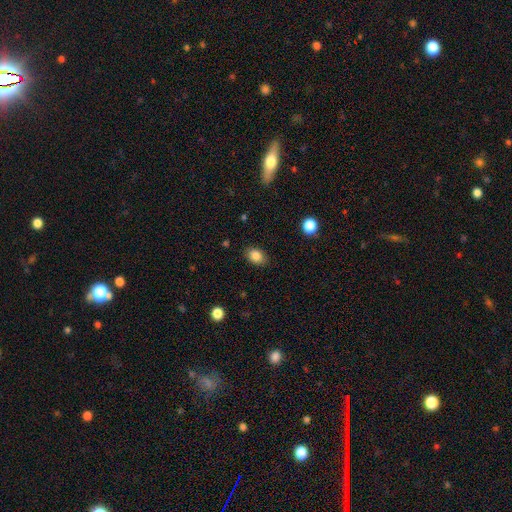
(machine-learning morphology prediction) Smooth or featured? Predicted: smooth (p=0.85). How rounded? Predicted: in between (p=0.74). Merging? Predicted: none (p=0.86).